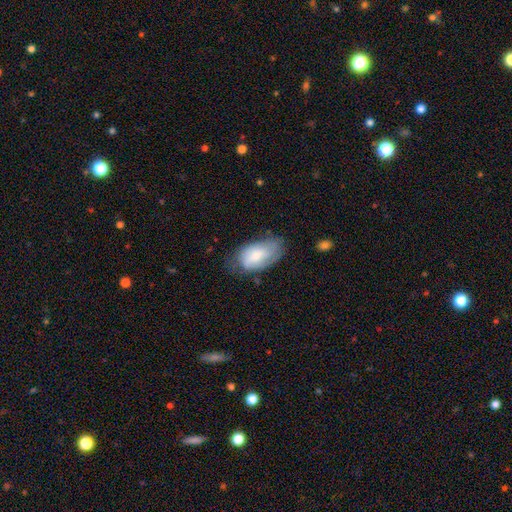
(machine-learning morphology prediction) Smooth or featured: smooth — 66% (featured or disk — 27%)
How rounded: in between — 94% (round — 4%)
Merging: none — 51% (minor disturbance — 34%)